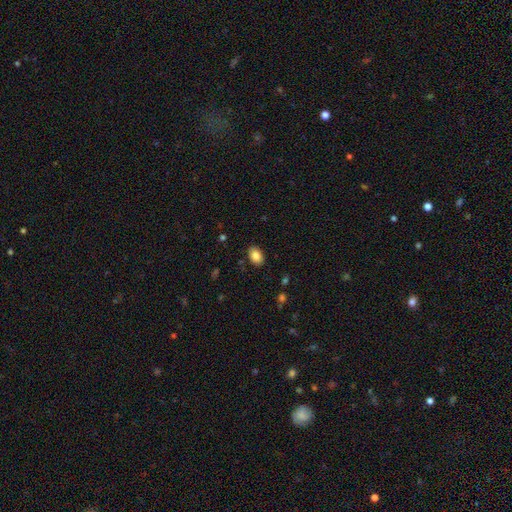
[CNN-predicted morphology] The model was most divided on "how rounded": in between: 86%, round: 13%, cigar-shaped: 1%. More confident: merging — none (88%); smooth or featured — smooth (86%).